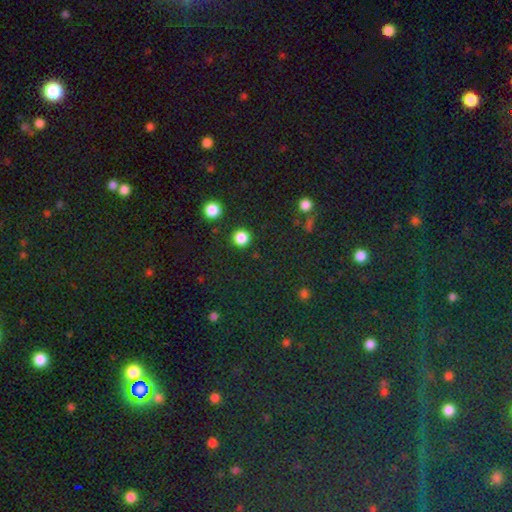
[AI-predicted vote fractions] star or artifact 75%, smooth 18%, featured or disk 8%.